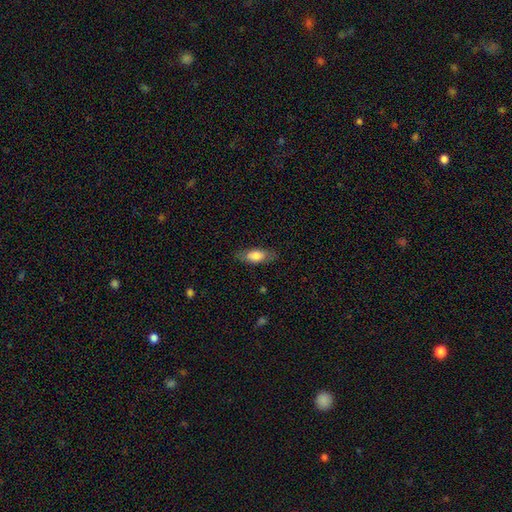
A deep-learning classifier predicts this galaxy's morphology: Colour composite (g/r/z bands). It shows a smooth galaxy with no disk features (75%) that is in between round and cigar-shaped (76%). Merging: none (80%).